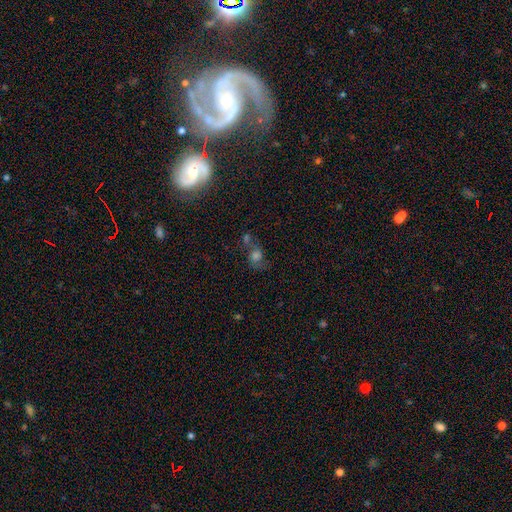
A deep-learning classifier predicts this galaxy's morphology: Overall: smooth (51%; featured or disk 26%). How rounded: round (56%; in between 41%). Merging: none (36%; merger 34%).